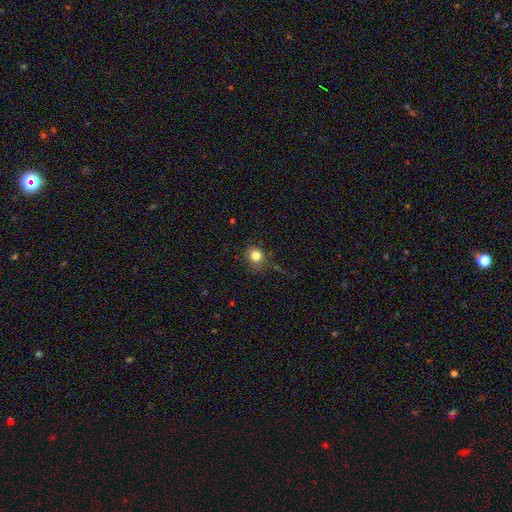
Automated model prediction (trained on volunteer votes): A smooth galaxy with no disk features (81%) that is round (78%).

Vote fractions:
- Smooth or featured? smooth: 81% / star or artifact: 12% / featured or disk: 7%
- How rounded? round: 78% / in between: 22% / cigar-shaped: 1%
- Merging? none: 79% / minor disturbance: 14% / major disturbance: 5% / merger: 2%